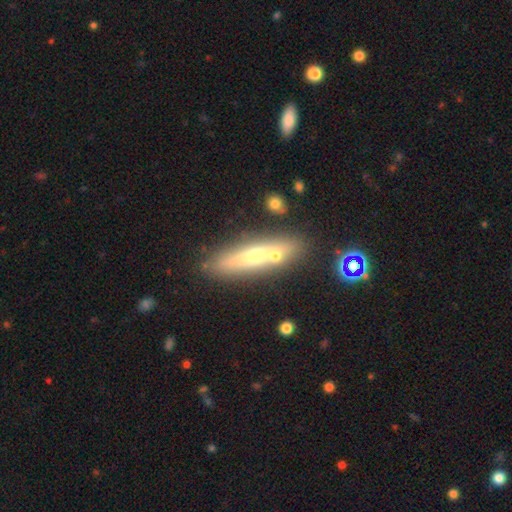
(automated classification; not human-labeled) Smooth or featured? featured or disk (50%)
Edge-on disk? yes (76%)
Merging? none (72%)